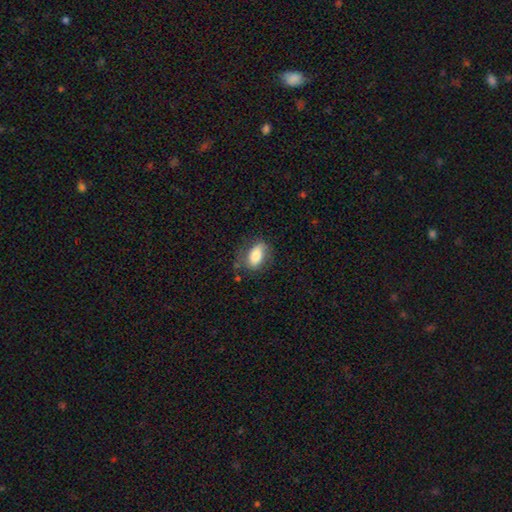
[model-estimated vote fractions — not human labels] Smooth or featured? Predicted: smooth (p=0.75). How rounded? Predicted: in between (p=0.87). Merging? Predicted: none (p=0.63).